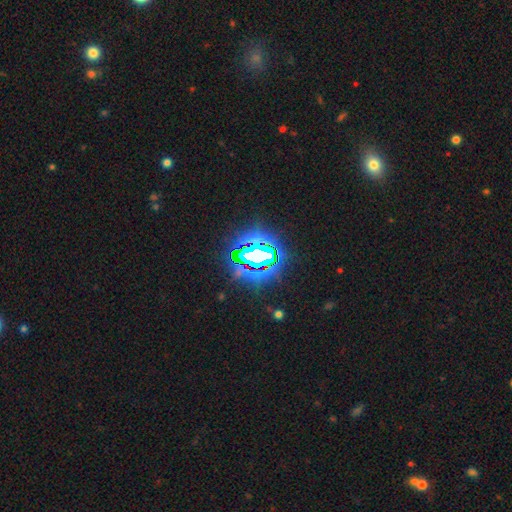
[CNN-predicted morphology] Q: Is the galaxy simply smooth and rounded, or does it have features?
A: star or artifact — 75%.